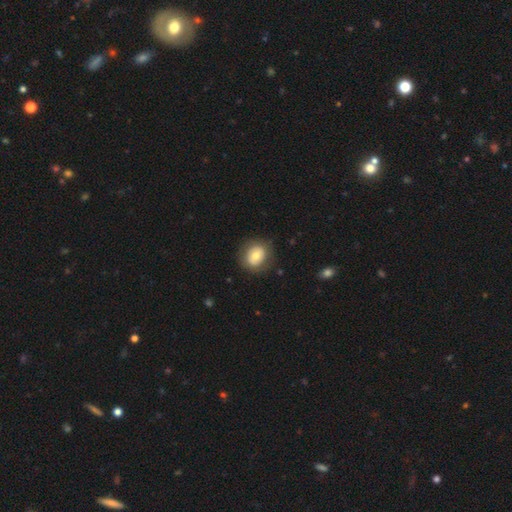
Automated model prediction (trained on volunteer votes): This is likely a smooth galaxy (67%). How rounded: likely round (70%). Merging: clearly none (82%).